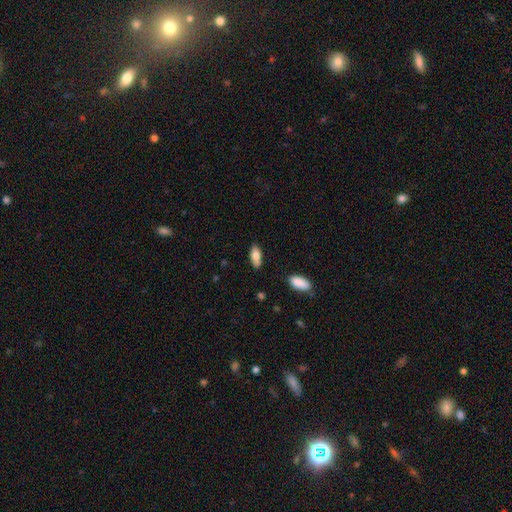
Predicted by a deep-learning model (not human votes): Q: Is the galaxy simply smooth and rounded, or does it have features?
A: smooth — 79%.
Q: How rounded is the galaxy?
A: in between — 83%.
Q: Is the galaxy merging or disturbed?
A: none — 82%.